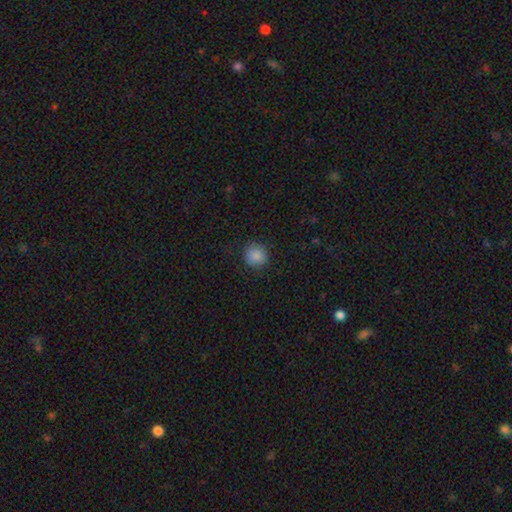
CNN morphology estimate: smooth_or_featured: smooth (p=0.87) [alt: star or artifact p=0.09]
how_rounded: round (p=0.89) [alt: in between p=0.10]
merging: none (p=0.86) [alt: minor disturbance p=0.10]